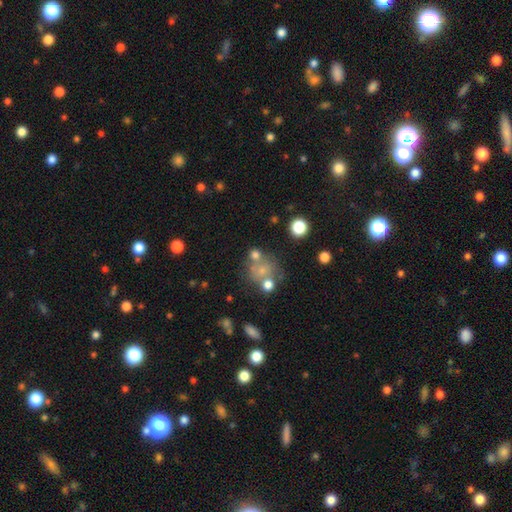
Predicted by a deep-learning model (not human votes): Smooth or featured?
  - smooth: 43% *
  - star or artifact: 36%
  - featured or disk: 21%
Merging?
  - none: 58% *
  - merger: 21%
  - minor disturbance: 12%
  - major disturbance: 8%